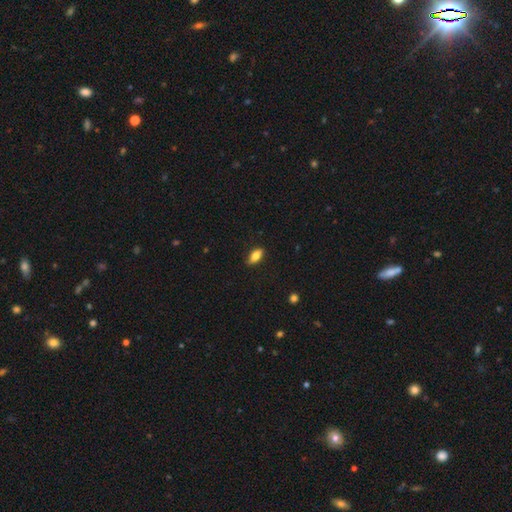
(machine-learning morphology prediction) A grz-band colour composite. It shows a smooth galaxy with no disk features (81%) that is in between round and cigar-shaped (87%). Merging: none (85%).